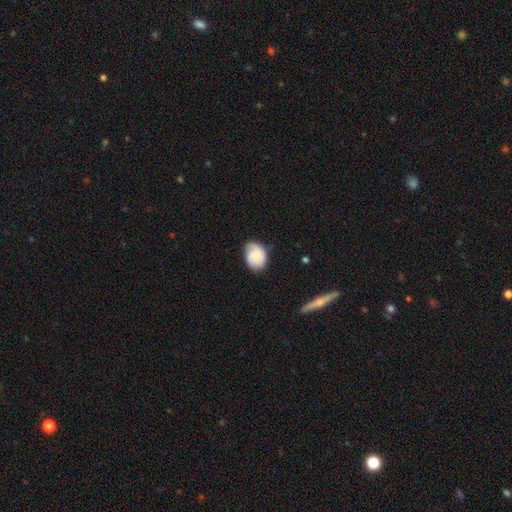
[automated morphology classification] A smooth galaxy with no disk features (52%) that is in between round and cigar-shaped (64%). Merging: none (62%).